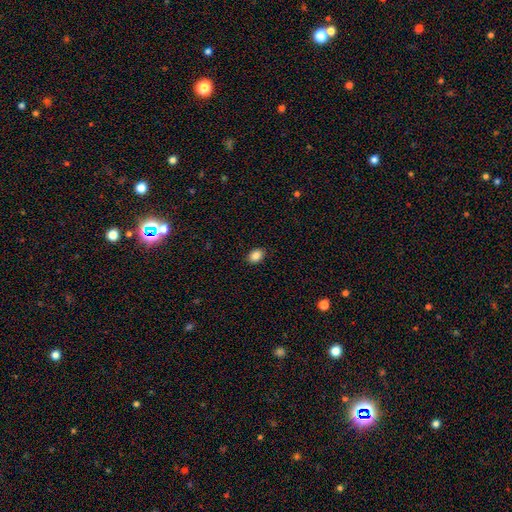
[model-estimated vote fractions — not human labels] Overall: smooth (87%). How rounded: in between (72%). Merging: none (89%).